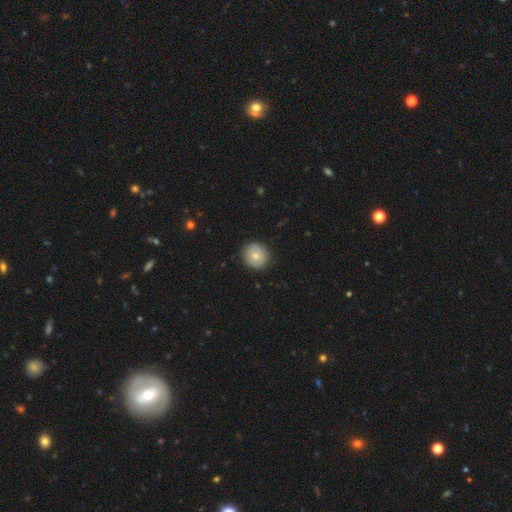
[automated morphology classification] Overall: smooth (74%). How rounded: round (89%). Merging: none (87%).